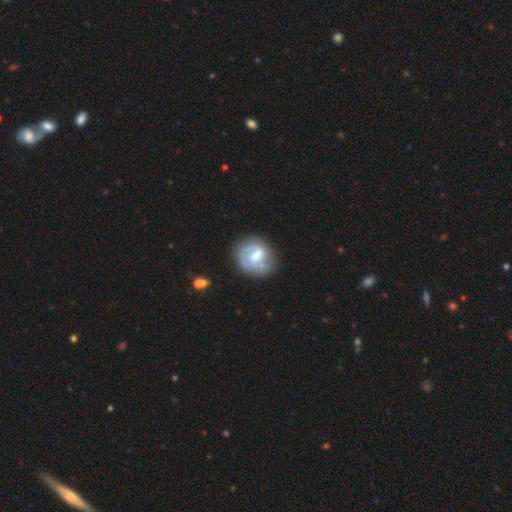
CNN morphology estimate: Overall: featured or disk (67%). Edge-on disk: no (97%). Bar: weak (51%; strong 27%). Spiral arms: yes (77%). Spiral arm count: 2 (42%; 1 31%). Spiral winding: tight (53%; medium 32%). Bulge size: moderate (49%; small 24%). Merging: none (64%).